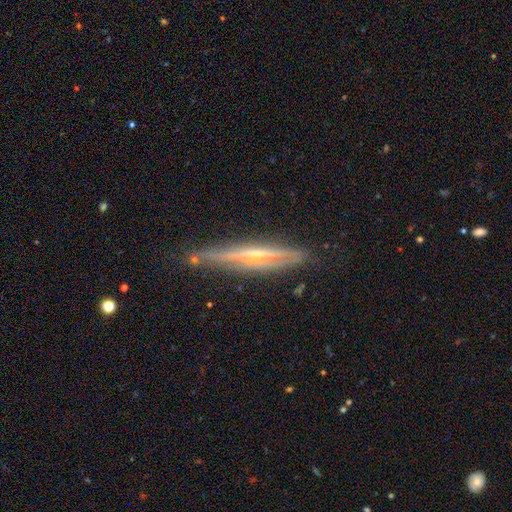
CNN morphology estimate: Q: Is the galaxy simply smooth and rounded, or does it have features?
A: featured or disk — 77%.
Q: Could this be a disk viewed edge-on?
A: yes — 95%.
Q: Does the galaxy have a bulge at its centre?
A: rounded — 58%.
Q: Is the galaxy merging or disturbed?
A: none — 77%.